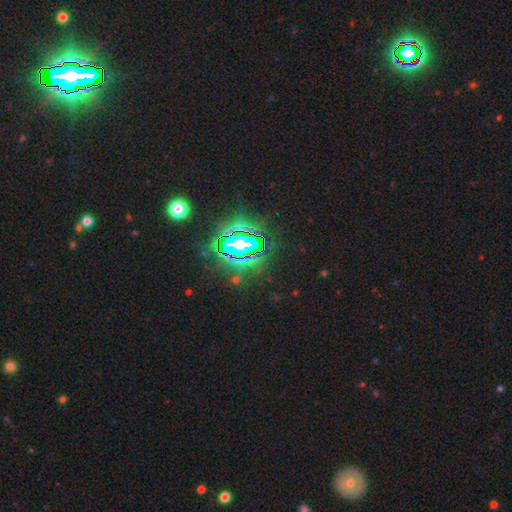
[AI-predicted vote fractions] The model was most divided on "smooth or featured": star or artifact: 85%, smooth: 9%, featured or disk: 7%.